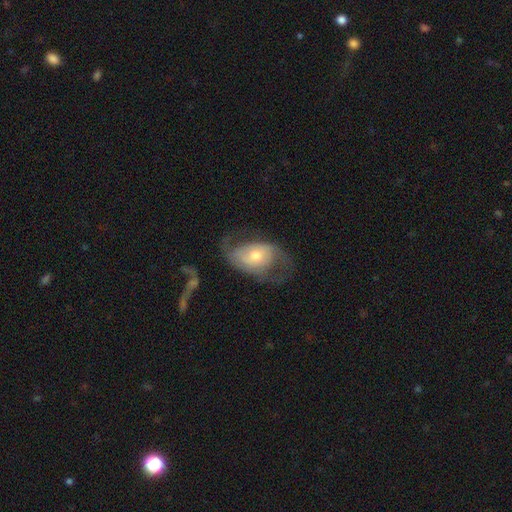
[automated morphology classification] type=featured or disk (67%); edge-on=no (95%); bar=no (64%); spiral arms=yes (80%); winding=loose (47%); arm count=2 (78%); bulge=moderate (64%); merging=none (47%).